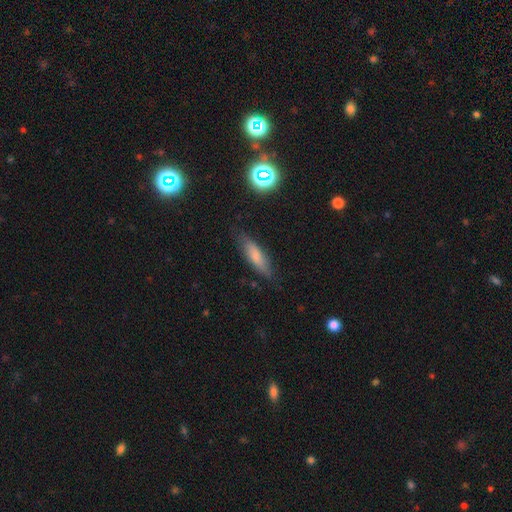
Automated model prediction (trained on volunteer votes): Overall: smooth (72%). How rounded: cigar-shaped (60%; in between 38%). Merging: none (79%).